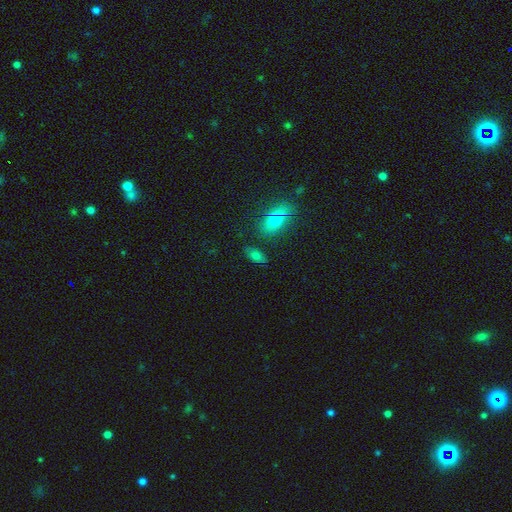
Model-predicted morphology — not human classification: The model was most divided on "smooth or featured": smooth: 70%, featured or disk: 18%, star or artifact: 12%. More confident: how rounded — in between (84%); merging — none (80%).